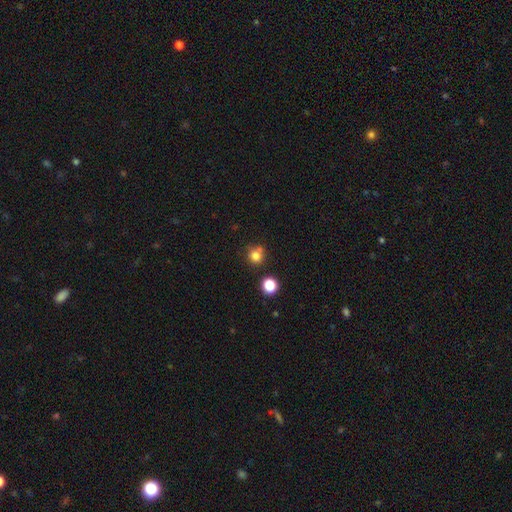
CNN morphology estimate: This appears to be a smooth galaxy with no disk features (79%) that is round (86%). Merging: none (63%).